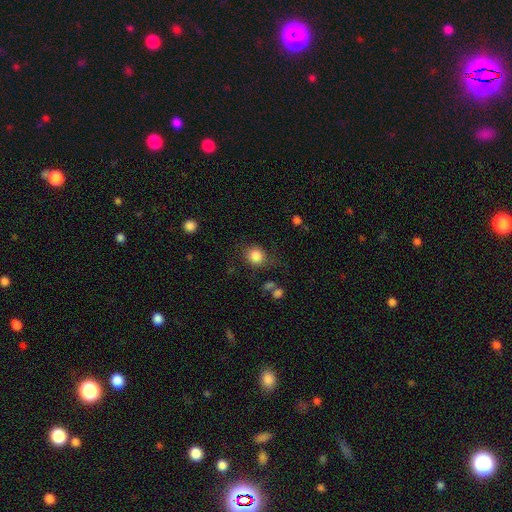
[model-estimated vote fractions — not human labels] Q: Smooth or featured?
A: smooth (84%); runner-up: star or artifact (10%)
Q: How rounded?
A: round (79%); runner-up: in between (20%)
Q: Merging?
A: none (74%); runner-up: minor disturbance (16%)